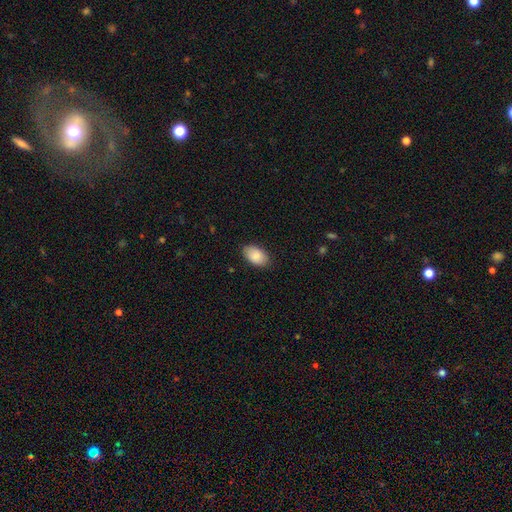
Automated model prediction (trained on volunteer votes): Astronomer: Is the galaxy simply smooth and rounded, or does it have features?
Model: smooth — 89%.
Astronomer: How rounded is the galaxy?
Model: in between — 93%.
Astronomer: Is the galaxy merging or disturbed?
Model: none — 84%.